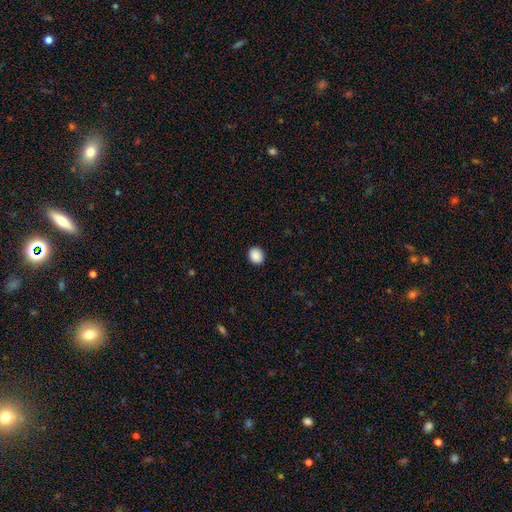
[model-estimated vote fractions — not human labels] A smooth galaxy with no disk features (90%) that is round (71%).

Vote fractions:
- Smooth or featured? smooth: 90% / star or artifact: 8% / featured or disk: 2%
- How rounded? round: 71% / in between: 28% / cigar-shaped: 1%
- Merging? none: 92% / minor disturbance: 6% / major disturbance: 2% / merger: 1%